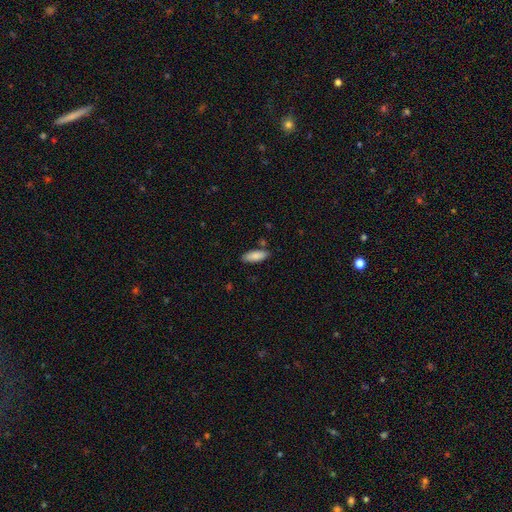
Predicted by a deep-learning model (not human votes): smooth_or_featured: smooth (p=0.87) [alt: featured or disk p=0.07]
how_rounded: in between (p=0.75) [alt: cigar-shaped p=0.23]
merging: none (p=0.82) [alt: minor disturbance p=0.12]